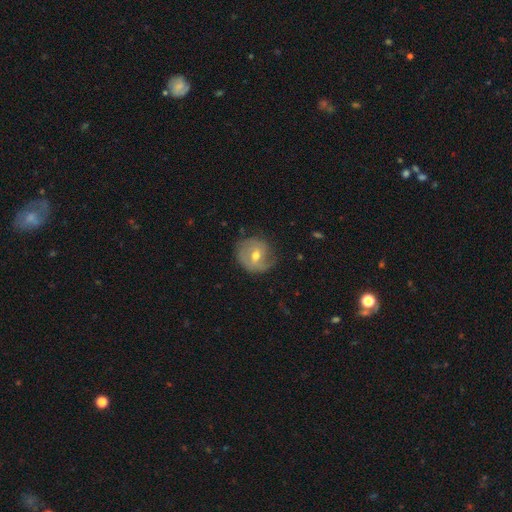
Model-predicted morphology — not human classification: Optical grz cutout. It shows a featured or disk galaxy (55%) with no bar (44%), spiral arms (70%) and a moderate central bulge (72%). Merging: none (66%).